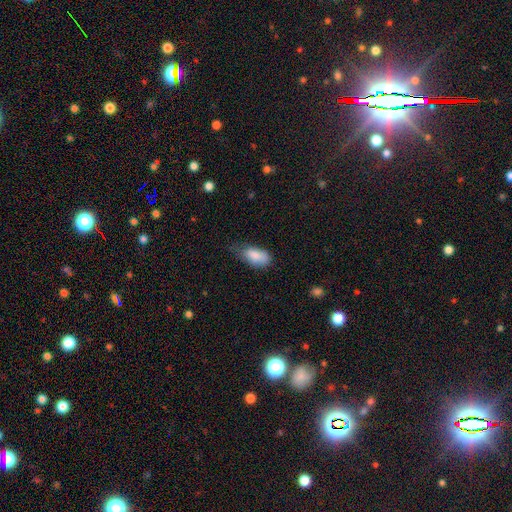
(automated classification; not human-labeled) smooth_or_featured: smooth (p=0.85) [alt: featured or disk p=0.08]
how_rounded: in between (p=0.89) [alt: cigar-shaped p=0.08]
merging: minor disturbance (p=0.43) [alt: none p=0.39]